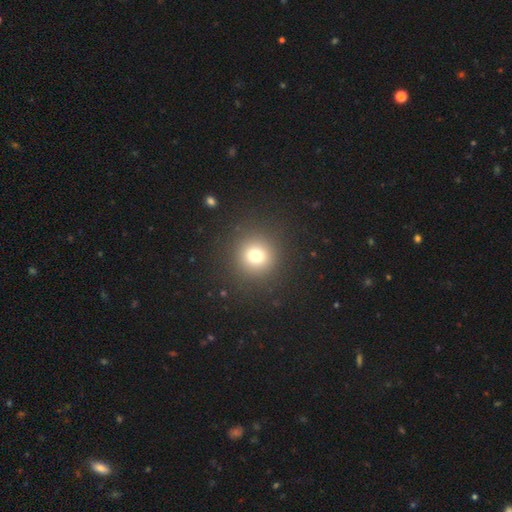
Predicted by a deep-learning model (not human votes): Smooth or featured? smooth (74%)
How rounded? round (93%)
Merging? none (90%)